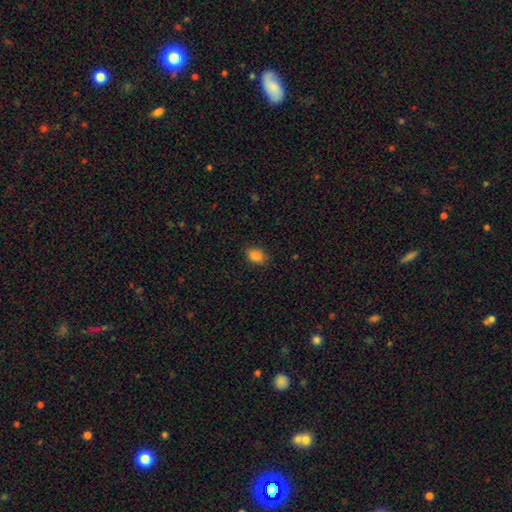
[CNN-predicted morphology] This appears to be a smooth galaxy with no disk features (86%) that is in between round and cigar-shaped (74%). Merging: none (86%).